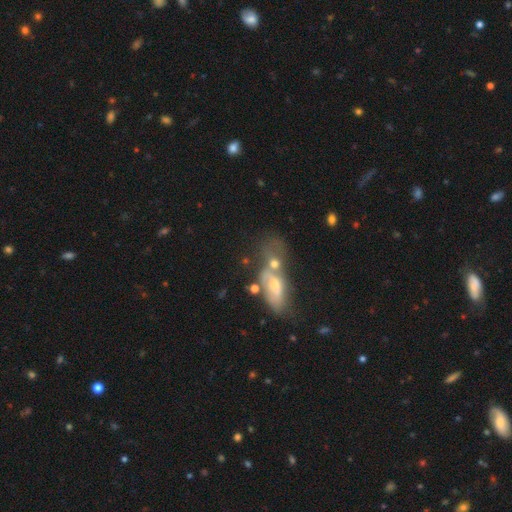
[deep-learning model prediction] Smooth or featured? featured or disk (44%)
Merging? merger (38%)